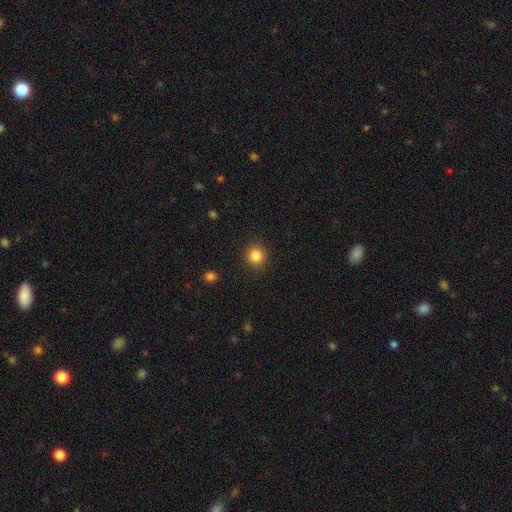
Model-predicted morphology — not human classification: Smooth or featured? smooth (85%)
How rounded? round (93%)
Merging? none (91%)